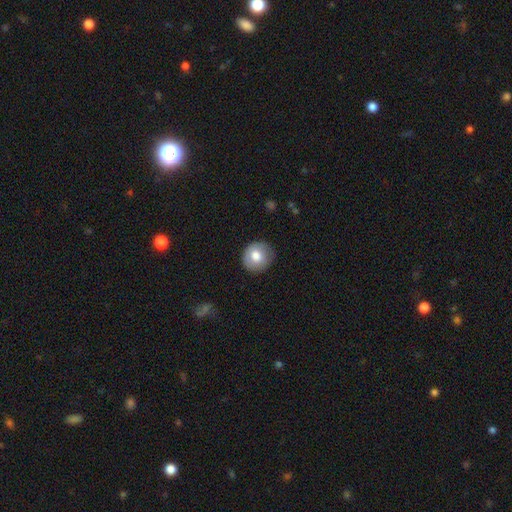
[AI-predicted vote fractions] smooth 78%, featured or disk 14%, star or artifact 8%. Down the decision tree: how rounded — round (88%); merging — none (84%).